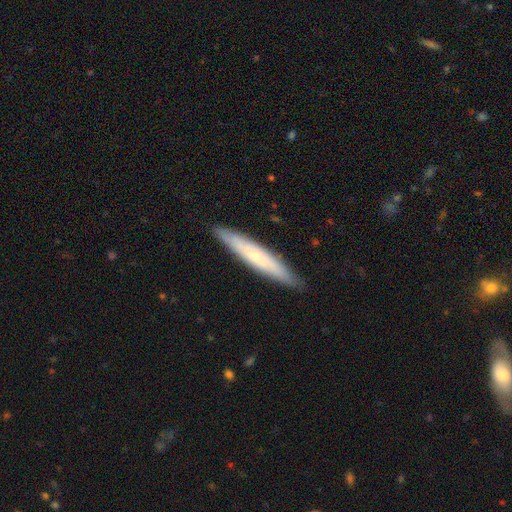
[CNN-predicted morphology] smooth 56%, featured or disk 39%, star or artifact 5%. Down the decision tree: how rounded — cigar-shaped (93%); merging — none (90%).